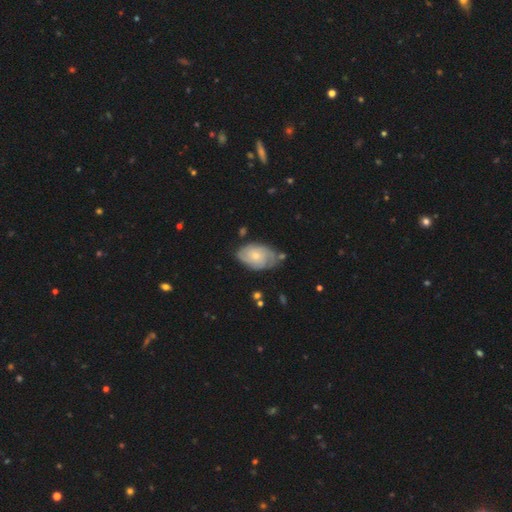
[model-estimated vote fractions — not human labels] The model was most divided on "spiral arm count": can't tell: 39%, 2: 34%, 3: 14%, 4: 5%, 1: 4%, more than 4: 3%. More confident: edge-on disk — no (96%); spiral arms — yes (87%); bar — no (75%); merging — none (64%); smooth or featured — featured or disk (62%); spiral winding — tight (61%); bulge size — small (58%).